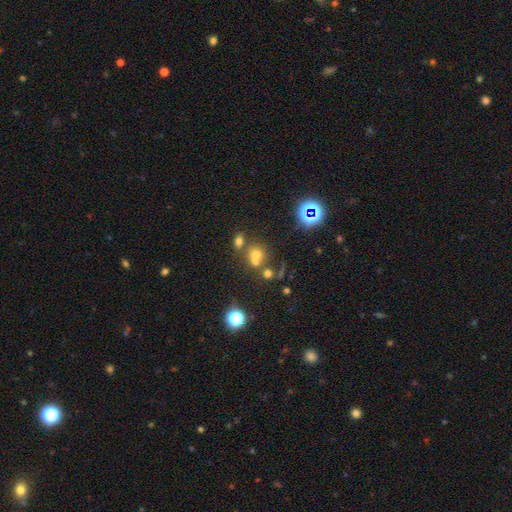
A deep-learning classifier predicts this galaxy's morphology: This appears to be a smooth galaxy with no disk features (55%) that is round (83%). Merging: none (46%).